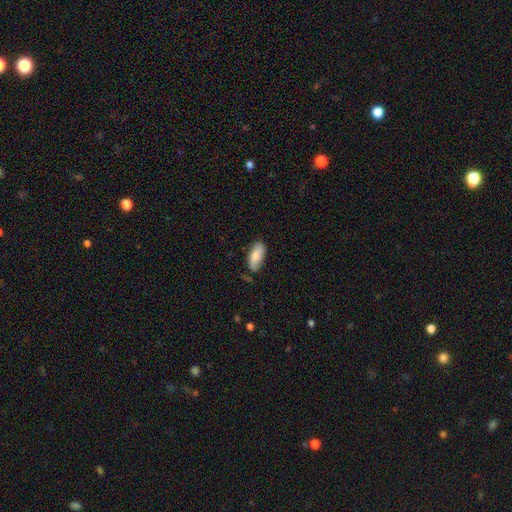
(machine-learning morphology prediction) A smooth galaxy with no disk features (76%) that is in between round and cigar-shaped (88%). Merging: none (67%).